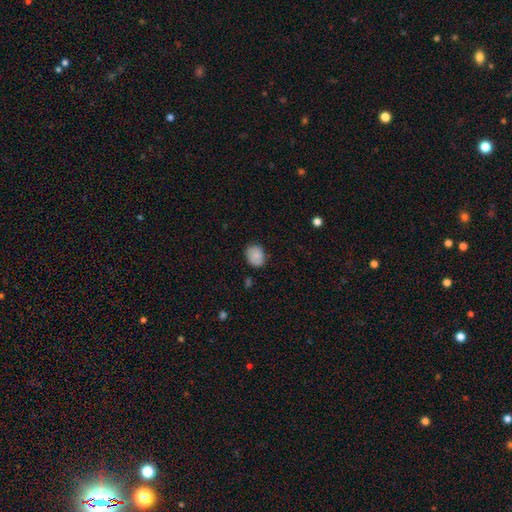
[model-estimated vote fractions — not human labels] This appears to be a smooth galaxy with no disk features (84%) that is round (56%). Merging: none (78%).